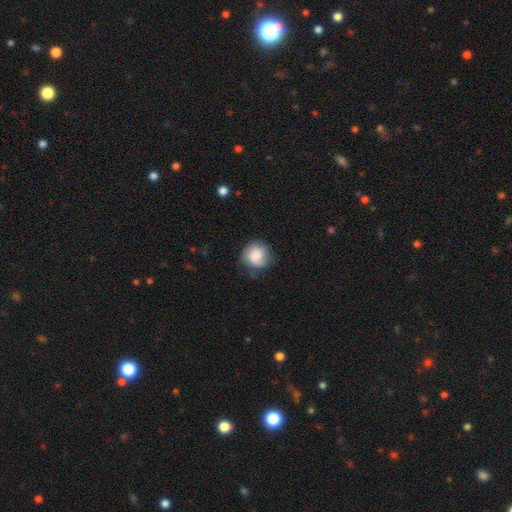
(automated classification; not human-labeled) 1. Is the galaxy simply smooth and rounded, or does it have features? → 69% smooth, 23% featured or disk, 8% star or artifact.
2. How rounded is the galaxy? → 83% round, 16% in between, 1% cigar-shaped.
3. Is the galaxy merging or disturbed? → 63% none, 25% minor disturbance, 10% major disturbance, 2% merger.